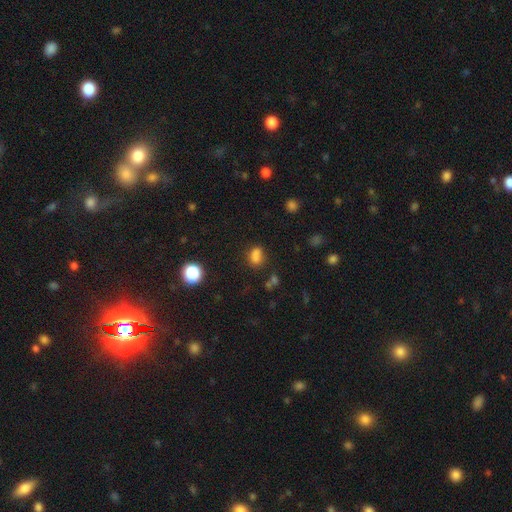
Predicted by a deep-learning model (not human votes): smooth 78%, star or artifact 16%, featured or disk 6%. Down the decision tree: how rounded — in between (69%); merging — none (63%).